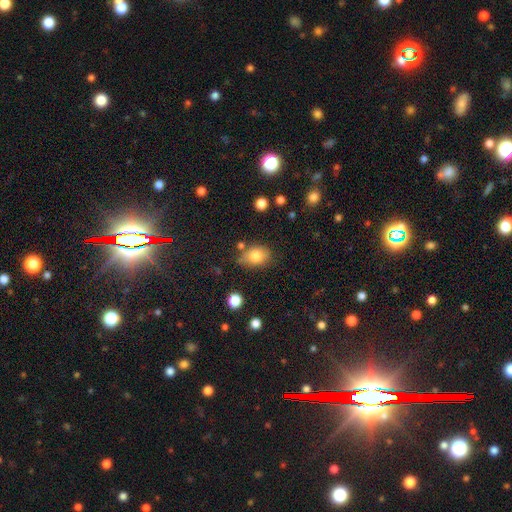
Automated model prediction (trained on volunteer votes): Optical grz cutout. It shows a smooth galaxy with no disk features (80%) that is in between round and cigar-shaped (68%). Merging: none (66%).